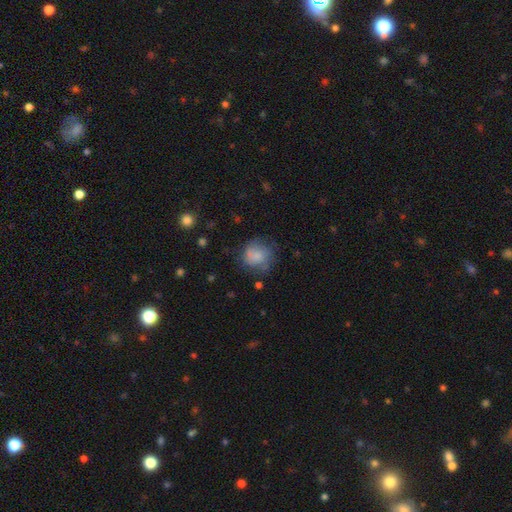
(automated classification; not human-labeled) The model was most divided on "merging": none: 59%, minor disturbance: 25%, major disturbance: 14%, merger: 2%. More confident: how rounded — round (81%); smooth or featured — smooth (71%).